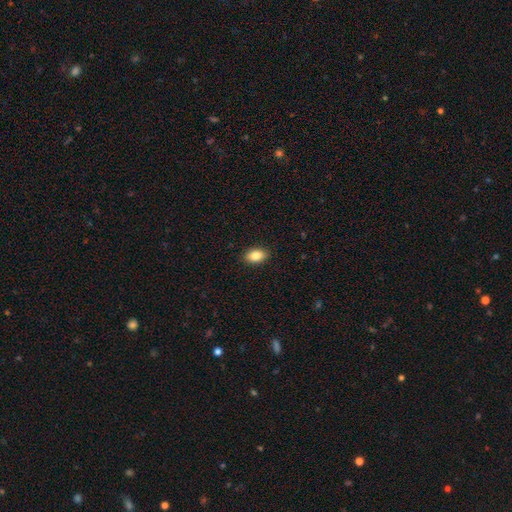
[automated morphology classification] A smooth galaxy with no disk features (86%) that is in between round and cigar-shaped (88%).

Vote fractions:
- Smooth or featured? smooth: 86% / star or artifact: 8% / featured or disk: 6%
- How rounded? in between: 88% / round: 10% / cigar-shaped: 2%
- Merging? none: 90% / minor disturbance: 7% / major disturbance: 2% / merger: 1%